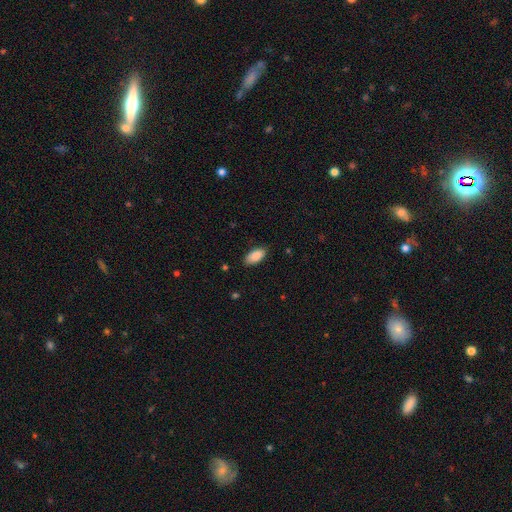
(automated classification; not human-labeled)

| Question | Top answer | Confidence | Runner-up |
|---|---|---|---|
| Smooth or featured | smooth | 89% | star or artifact (7%) |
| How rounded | in between | 92% | cigar-shaped (6%) |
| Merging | none | 84% | minor disturbance (13%) |